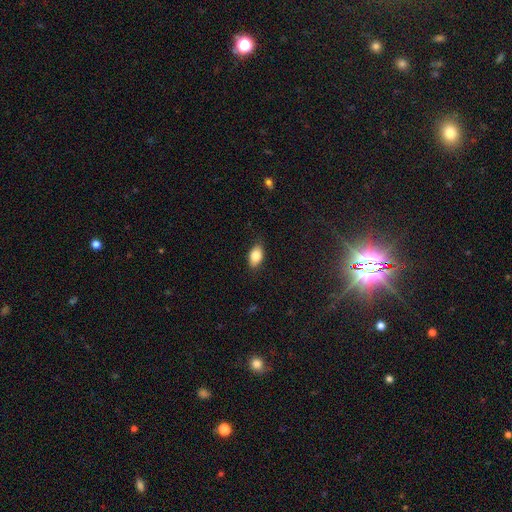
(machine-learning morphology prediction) smooth-or-featured: smooth: 84% | featured or disk: 9% | star or artifact: 8%
  how-rounded: in between: 90% | round: 7% | cigar-shaped: 3%
  merging: none: 83% | minor disturbance: 13% | major disturbance: 3% | merger: 1%